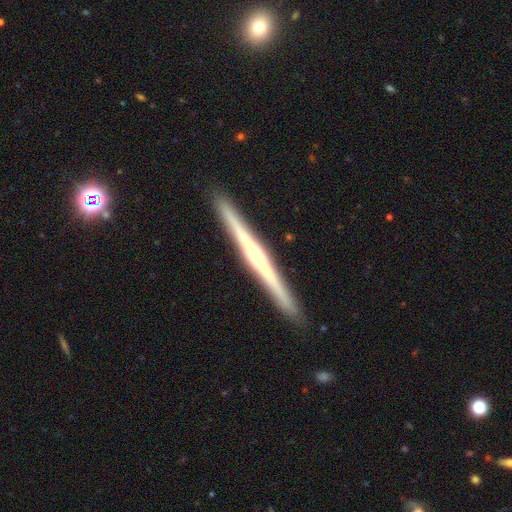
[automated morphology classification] type=featured or disk (75%); edge-on=yes (98%); edge-on bulge=rounded (58%); merging=none (92%).